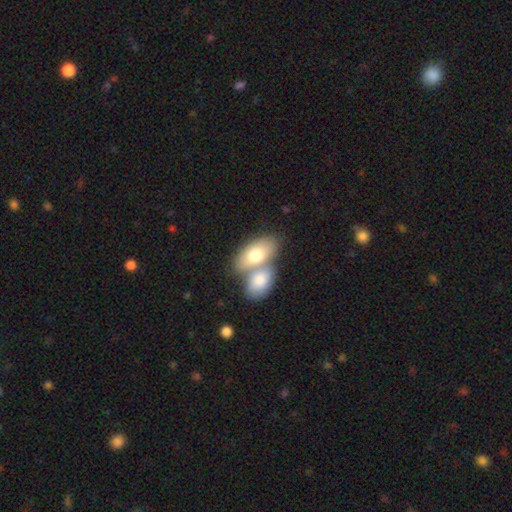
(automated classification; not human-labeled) A smooth galaxy with no disk features (74%) that is in between round and cigar-shaped (91%).

Vote fractions:
- Smooth or featured? smooth: 74% / featured or disk: 20% / star or artifact: 5%
- How rounded? in between: 91% / round: 6% / cigar-shaped: 3%
- Merging? merger: 60% / none: 28% / minor disturbance: 8% / major disturbance: 3%